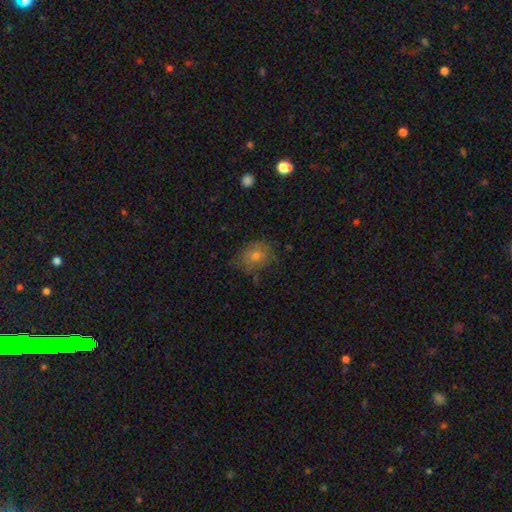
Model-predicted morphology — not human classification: Smooth or featured?
  - smooth: 63% *
  - featured or disk: 22%
  - star or artifact: 15%
How rounded?
  - round: 62% *
  - in between: 37%
  - cigar-shaped: 1%
Merging?
  - none: 70% *
  - minor disturbance: 22%
  - major disturbance: 7%
  - merger: 2%